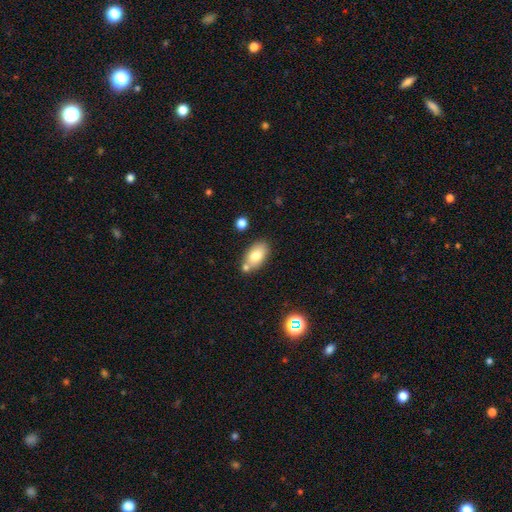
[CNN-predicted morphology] A smooth galaxy with no disk features (78%) that is in between round and cigar-shaped (92%). Merging: none (67%).